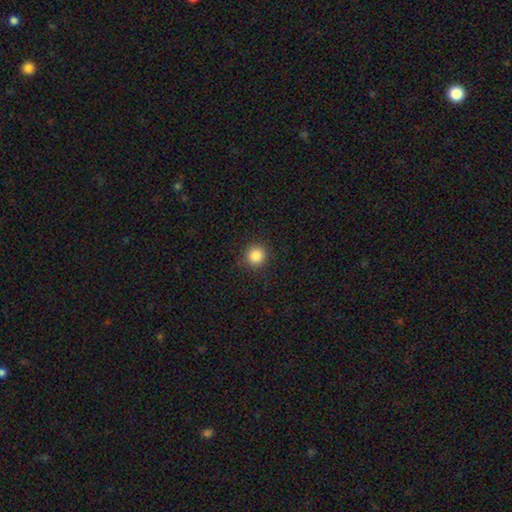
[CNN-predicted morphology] smooth 86%, star or artifact 11%, featured or disk 4%. Down the decision tree: how rounded — round (94%); merging — none (91%).